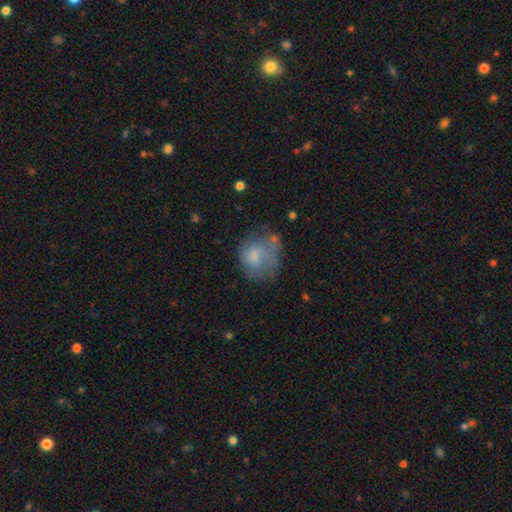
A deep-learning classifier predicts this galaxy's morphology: Smooth or featured?
  - smooth: 63% *
  - featured or disk: 27%
  - star or artifact: 10%
How rounded?
  - round: 64% *
  - in between: 35%
  - cigar-shaped: 1%
Merging?
  - none: 39% *
  - major disturbance: 28%
  - minor disturbance: 27%
  - merger: 6%